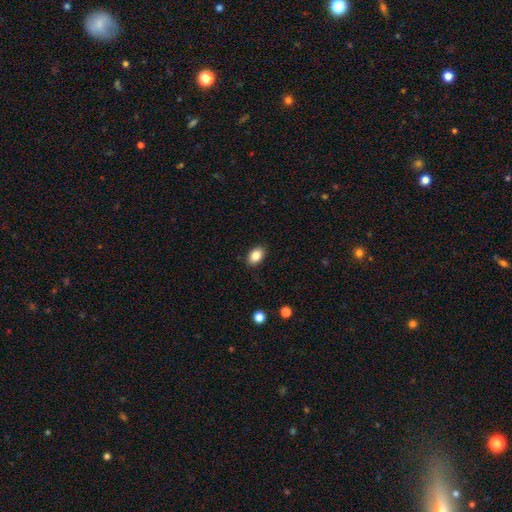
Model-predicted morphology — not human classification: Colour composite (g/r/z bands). It shows a smooth galaxy with no disk features (85%) that is in between round and cigar-shaped (84%). Merging: none (88%).